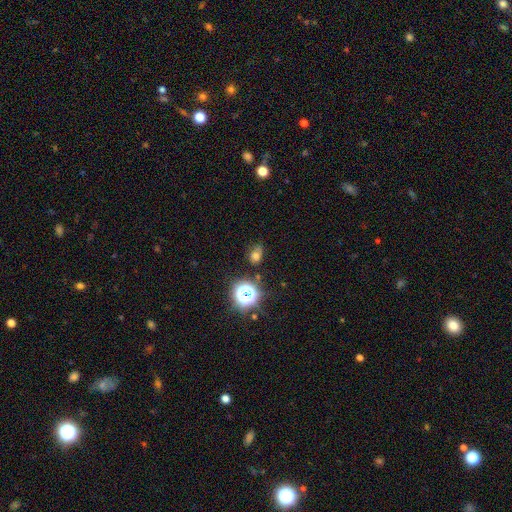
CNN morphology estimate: Q: Smooth or featured?
A: smooth (62%); runner-up: star or artifact (26%)
Q: How rounded?
A: in between (55%); runner-up: round (44%)
Q: Merging?
A: none (57%); runner-up: minor disturbance (26%)